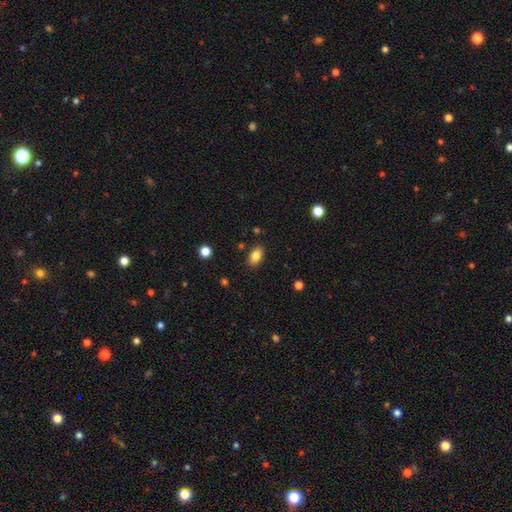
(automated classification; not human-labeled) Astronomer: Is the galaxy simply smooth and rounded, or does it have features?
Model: smooth — 84%.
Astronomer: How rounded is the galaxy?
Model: in between — 89%.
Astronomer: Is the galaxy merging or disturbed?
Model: none — 86%.